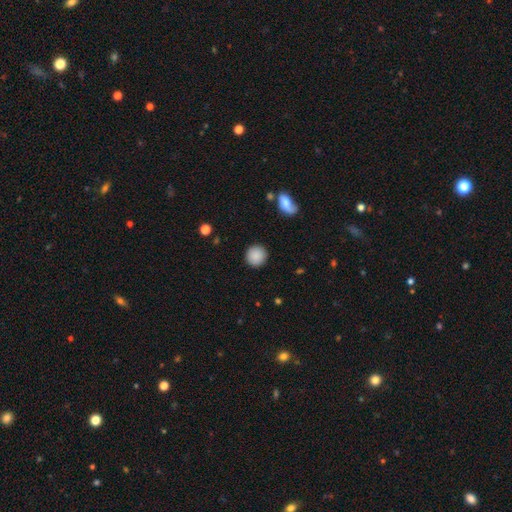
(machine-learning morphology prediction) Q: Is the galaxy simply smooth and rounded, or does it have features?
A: smooth — 87%.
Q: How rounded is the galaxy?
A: round — 94%.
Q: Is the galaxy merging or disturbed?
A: none — 91%.